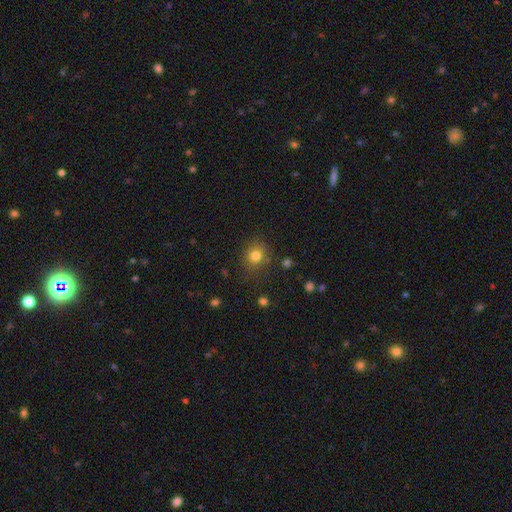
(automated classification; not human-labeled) smooth 80%, star or artifact 13%, featured or disk 7%. Down the decision tree: how rounded — round (82%); merging — none (82%).